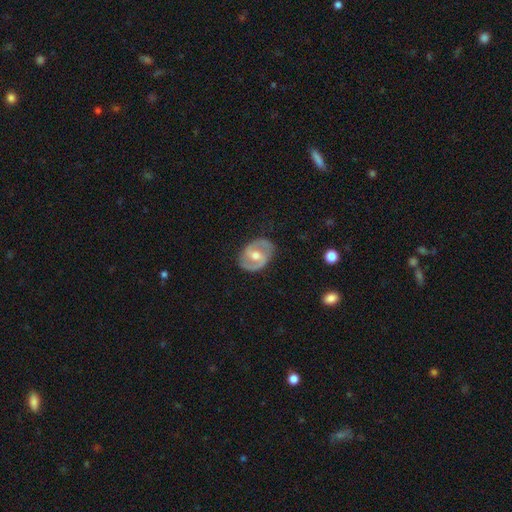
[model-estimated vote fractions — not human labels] Smooth or featured?
  - featured or disk: 78% *
  - smooth: 17%
  - star or artifact: 5%
Edge-on disk?
  - no: 97% *
  - yes: 3%
Bar?
  - weak: 47% *
  - no: 28%
  - strong: 25%
Spiral arms?
  - yes: 83% *
  - no: 17%
Spiral winding?
  - medium: 51% *
  - tight: 30%
  - loose: 20%
Spiral arm count?
  - 2: 89% *
  - can't tell: 6%
  - 1: 2%
  - 3: 1%
  - 4: 1%
  - more than 4: 1%
Bulge size?
  - moderate: 75% *
  - small: 17%
  - large: 6%
  - none: 1%
  - dominant: 1%
Merging?
  - none: 82% *
  - minor disturbance: 13%
  - major disturbance: 4%
  - merger: 1%